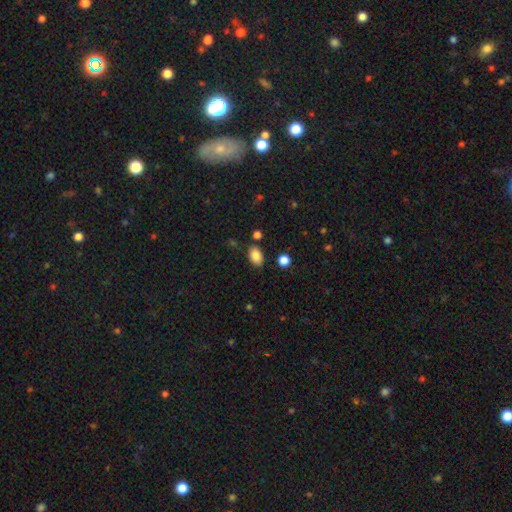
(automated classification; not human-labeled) smooth_or_featured: smooth (p=0.85) [alt: star or artifact p=0.09]
how_rounded: in between (p=0.86) [alt: round p=0.13]
merging: none (p=0.81) [alt: minor disturbance p=0.12]